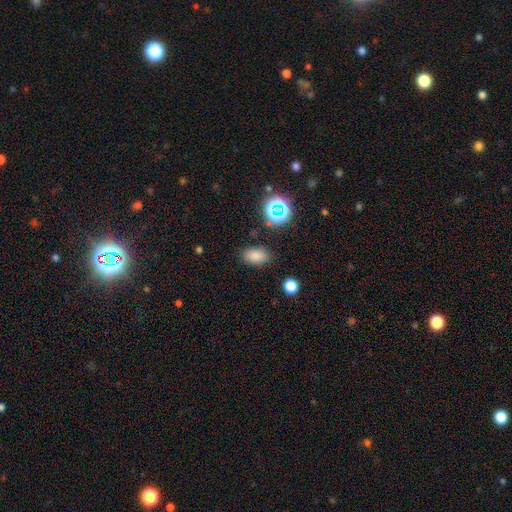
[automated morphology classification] This appears to be a smooth galaxy with no disk features (80%) that is in between round and cigar-shaped (86%). Merging: none (83%).